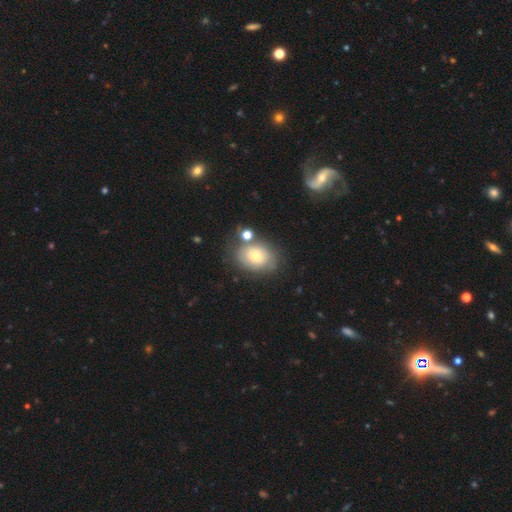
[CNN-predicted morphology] Smooth or featured? smooth (64%)
How rounded? in between (66%)
Merging? none (62%)